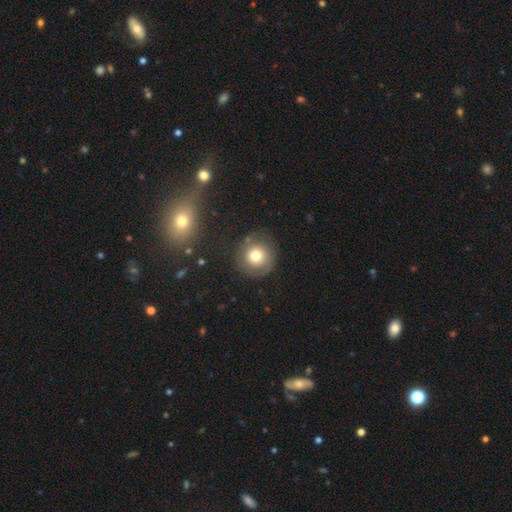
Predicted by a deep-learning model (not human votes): Overall: smooth (66%). How rounded: round (92%). Merging: none (79%).